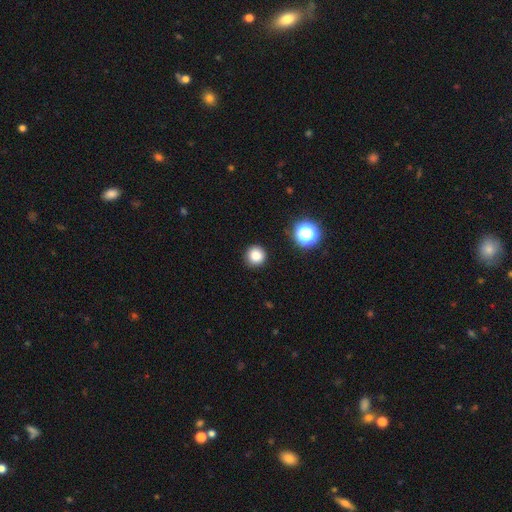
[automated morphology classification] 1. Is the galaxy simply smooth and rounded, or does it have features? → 82% smooth, 13% star or artifact, 5% featured or disk.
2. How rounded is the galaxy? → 94% round, 5% in between, 1% cigar-shaped.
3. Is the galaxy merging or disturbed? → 90% none, 6% minor disturbance, 2% major disturbance, 1% merger.